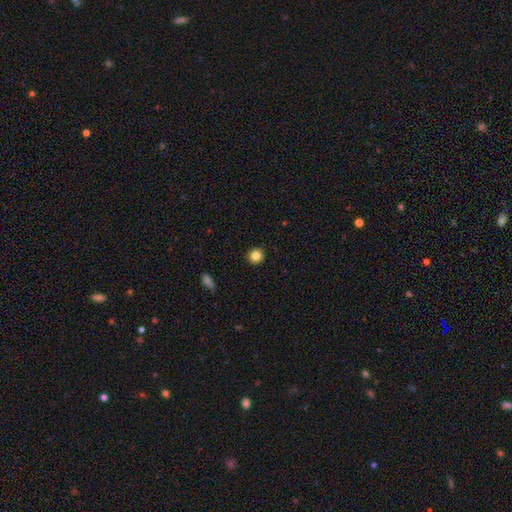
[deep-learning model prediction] Smooth or featured? smooth (84%)
How rounded? round (93%)
Merging? none (92%)